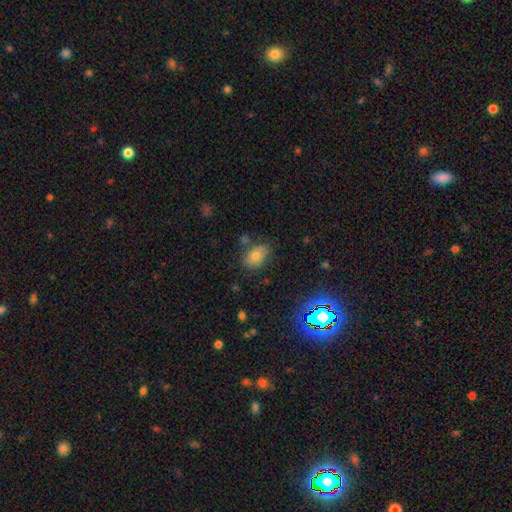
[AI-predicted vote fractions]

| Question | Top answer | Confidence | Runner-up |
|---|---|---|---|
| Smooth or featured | smooth | 68% | star or artifact (18%) |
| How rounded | in between | 80% | round (18%) |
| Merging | none | 71% | minor disturbance (18%) |